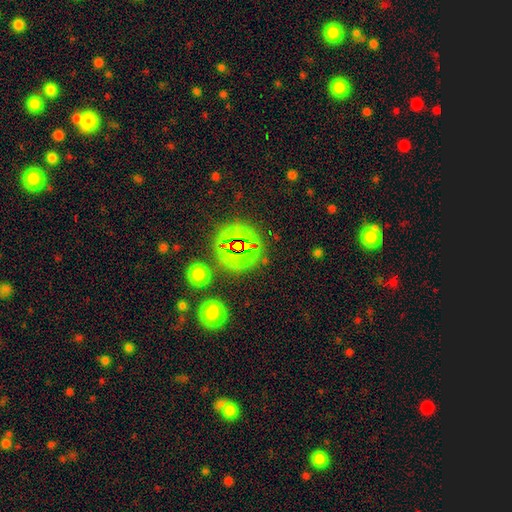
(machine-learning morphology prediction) type=star or artifact (73%).